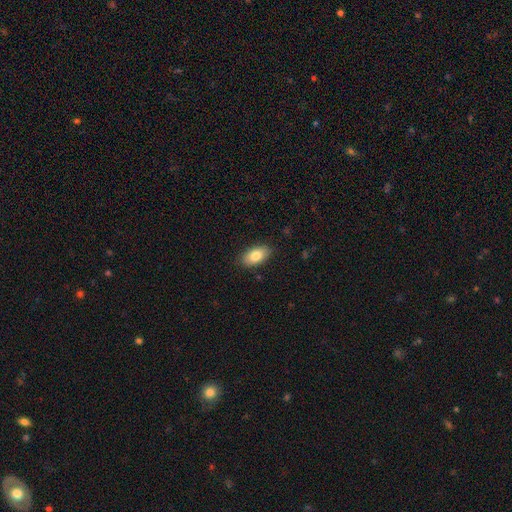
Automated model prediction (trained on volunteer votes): smooth_or_featured: smooth (p=0.82) [alt: featured or disk p=0.11]
how_rounded: in between (p=0.93) [alt: round p=0.04]
merging: none (p=0.87) [alt: minor disturbance p=0.10]